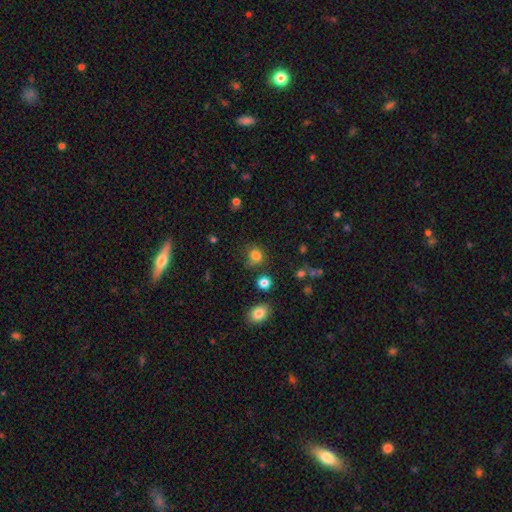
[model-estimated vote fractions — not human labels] Q: Smooth or featured?
A: smooth (81%); runner-up: star or artifact (13%)
Q: How rounded?
A: round (83%); runner-up: in between (16%)
Q: Merging?
A: none (73%); runner-up: minor disturbance (17%)